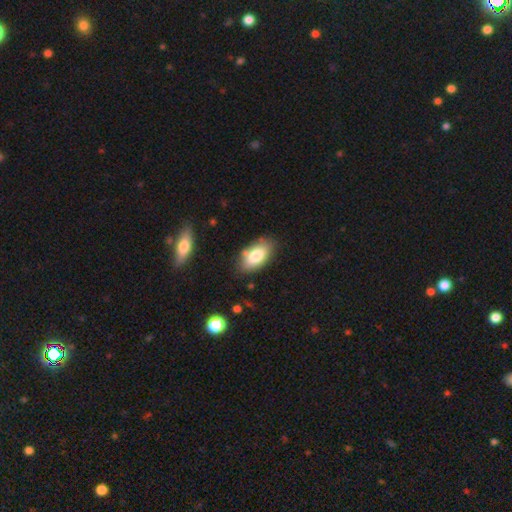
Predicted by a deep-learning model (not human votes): This appears to be a smooth galaxy with no disk features (81%) that is in between round and cigar-shaped (93%). Merging: none (78%).